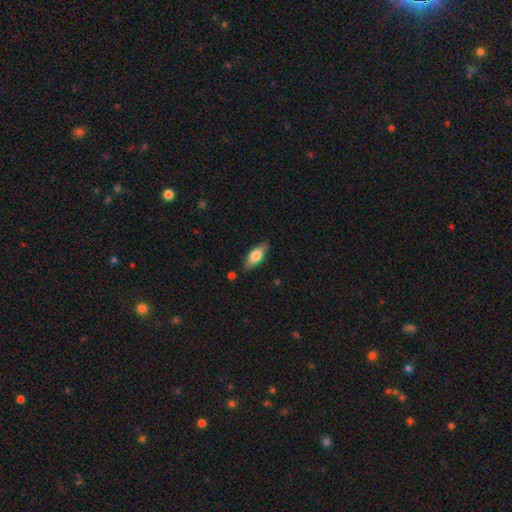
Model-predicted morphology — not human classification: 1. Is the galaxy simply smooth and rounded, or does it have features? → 62% smooth, 31% featured or disk, 7% star or artifact.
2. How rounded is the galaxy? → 73% in between, 24% cigar-shaped, 3% round.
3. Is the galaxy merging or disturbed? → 82% none, 13% minor disturbance, 3% major disturbance, 2% merger.